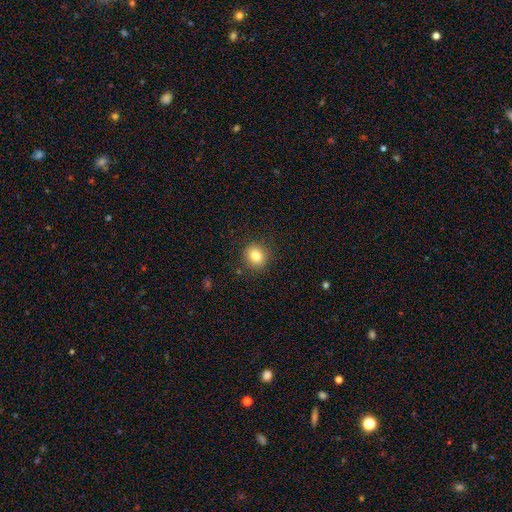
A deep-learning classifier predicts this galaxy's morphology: Smooth or featured: smooth — 82% (star or artifact — 10%)
How rounded: round — 82% (in between — 18%)
Merging: none — 88% (minor disturbance — 8%)